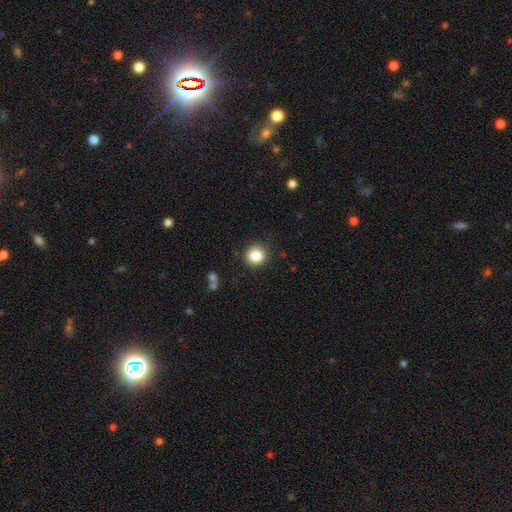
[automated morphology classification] smooth 85%, star or artifact 10%, featured or disk 5%. Down the decision tree: how rounded — round (91%); merging — none (89%).